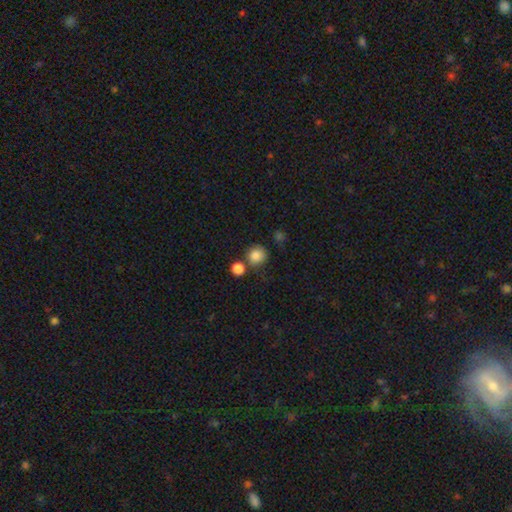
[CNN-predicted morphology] A smooth galaxy with no disk features (84%) that is round (90%).

Vote fractions:
- Smooth or featured? smooth: 84% / star or artifact: 11% / featured or disk: 5%
- How rounded? round: 90% / in between: 10% / cigar-shaped: 1%
- Merging? none: 67% / merger: 17% / minor disturbance: 11% / major disturbance: 4%